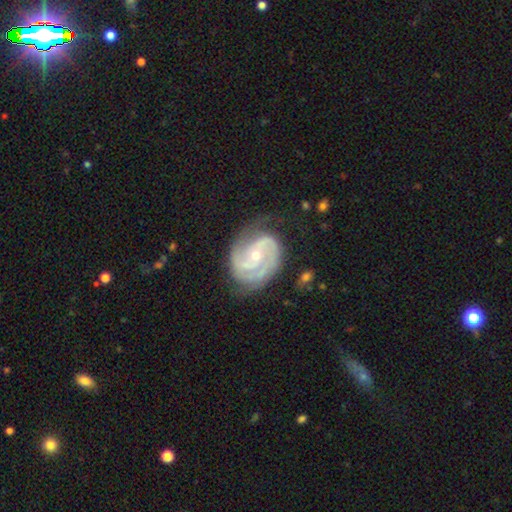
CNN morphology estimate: Smooth or featured? featured or disk (91%)
Edge-on disk? no (98%)
Bar? no (57%)
Spiral arms? yes (98%)
Spiral winding? tight (54%)
Spiral arm count? 2 (50%)
Bulge size? small (60%)
Merging? none (69%)